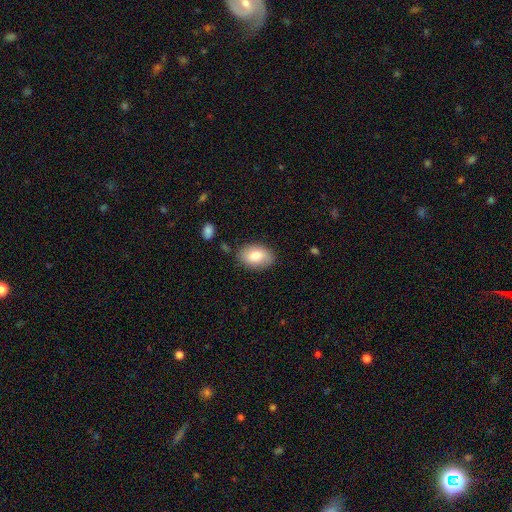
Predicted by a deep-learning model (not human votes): Smooth or featured: smooth — 80% (featured or disk — 13%)
How rounded: in between — 89% (round — 10%)
Merging: none — 82% (minor disturbance — 13%)